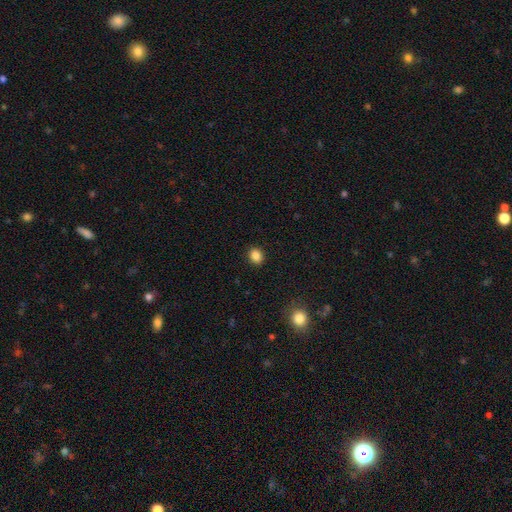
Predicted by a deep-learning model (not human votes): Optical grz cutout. It shows a smooth galaxy with no disk features (86%) that is round (57%). Merging: none (90%).